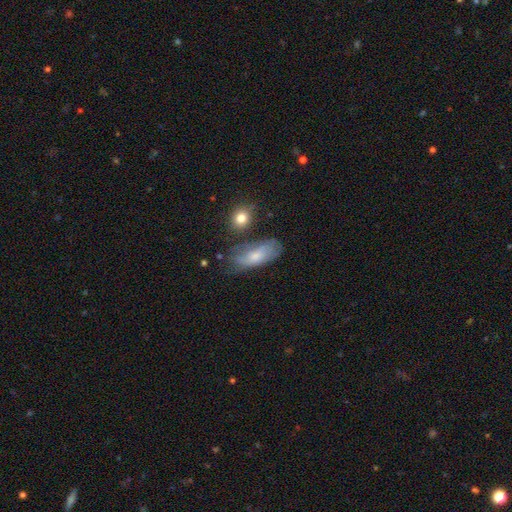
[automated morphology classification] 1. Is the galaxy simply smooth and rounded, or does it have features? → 57% smooth, 35% featured or disk, 8% star or artifact.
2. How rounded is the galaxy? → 83% in between, 13% cigar-shaped, 4% round.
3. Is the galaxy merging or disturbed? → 53% none, 28% minor disturbance, 12% major disturbance, 8% merger.